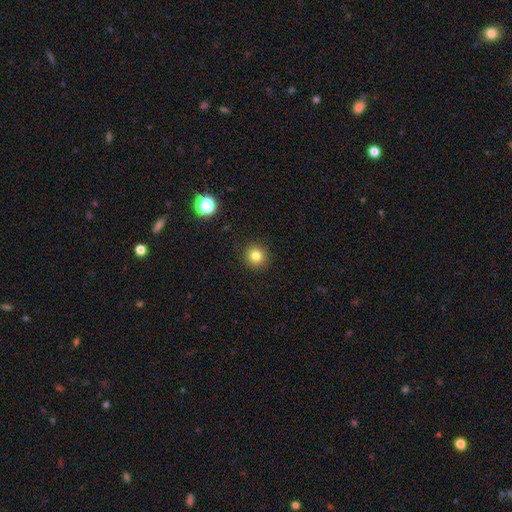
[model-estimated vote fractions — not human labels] Q: Smooth or featured?
A: smooth (82%); runner-up: star or artifact (12%)
Q: How rounded?
A: round (94%); runner-up: in between (5%)
Q: Merging?
A: none (91%); runner-up: minor disturbance (6%)